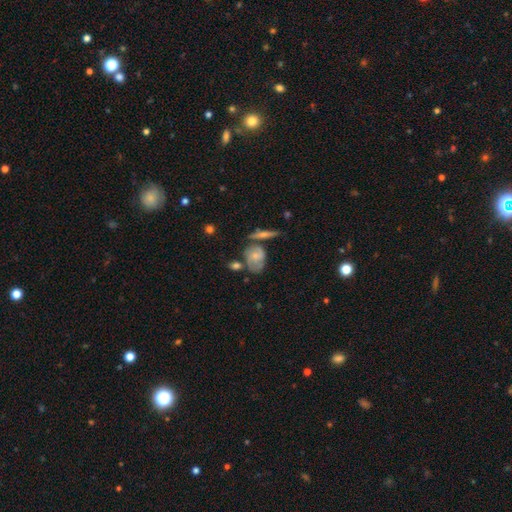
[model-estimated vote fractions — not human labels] Smooth or featured? smooth (46%)
Merging? none (45%)